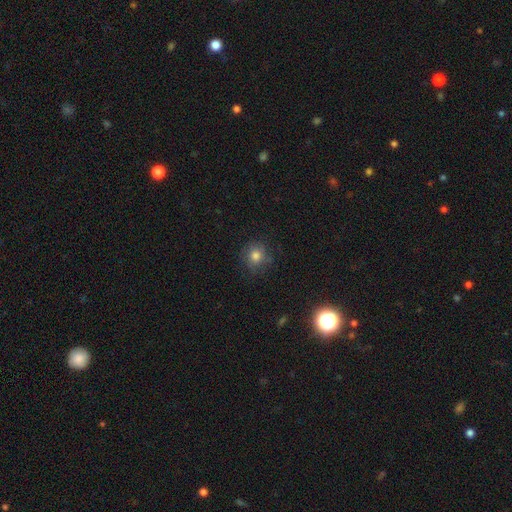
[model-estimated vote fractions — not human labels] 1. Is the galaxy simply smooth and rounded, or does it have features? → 73% smooth, 15% featured or disk, 12% star or artifact.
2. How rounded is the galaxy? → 86% round, 13% in between, 1% cigar-shaped.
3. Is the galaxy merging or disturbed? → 74% none, 17% minor disturbance, 7% major disturbance, 1% merger.